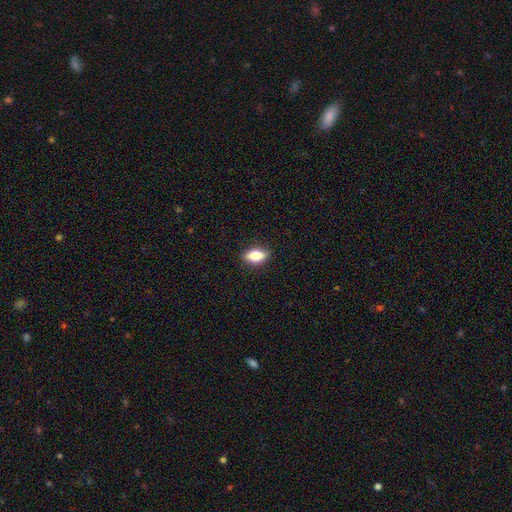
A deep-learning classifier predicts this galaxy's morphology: Smooth or featured?
  - smooth: 77% *
  - featured or disk: 15%
  - star or artifact: 8%
How rounded?
  - in between: 83% *
  - cigar-shaped: 9%
  - round: 8%
Merging?
  - none: 86% *
  - minor disturbance: 11%
  - major disturbance: 2%
  - merger: 1%